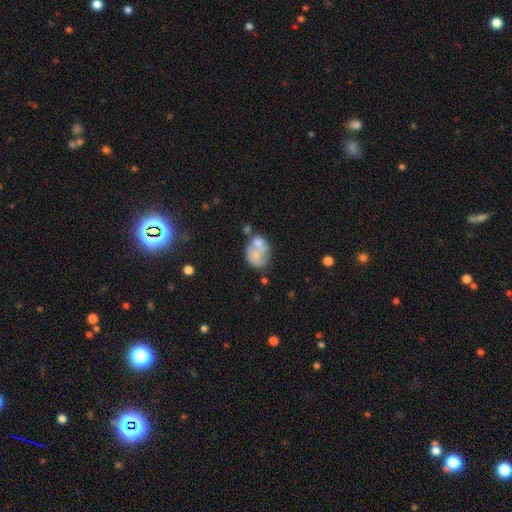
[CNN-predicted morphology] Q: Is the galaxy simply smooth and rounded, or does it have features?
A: smooth — 56%.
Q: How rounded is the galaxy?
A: in between — 51%.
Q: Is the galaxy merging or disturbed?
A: merger — 42%.